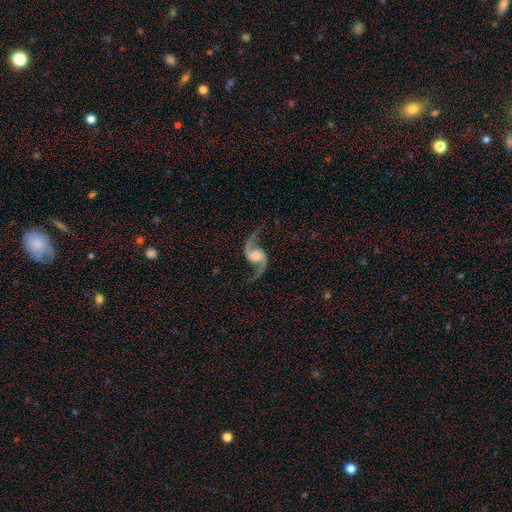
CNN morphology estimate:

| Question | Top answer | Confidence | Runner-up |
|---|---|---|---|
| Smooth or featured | featured or disk | 91% | star or artifact (5%) |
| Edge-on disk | no | 98% | yes (2%) |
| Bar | no | 57% | weak (31%) |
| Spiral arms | yes | 98% | no (2%) |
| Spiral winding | loose | 79% | medium (17%) |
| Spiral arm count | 2 | 95% | 1 (1%) |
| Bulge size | moderate | 36% | small (32%) |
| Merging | none | 80% | minor disturbance (11%) |